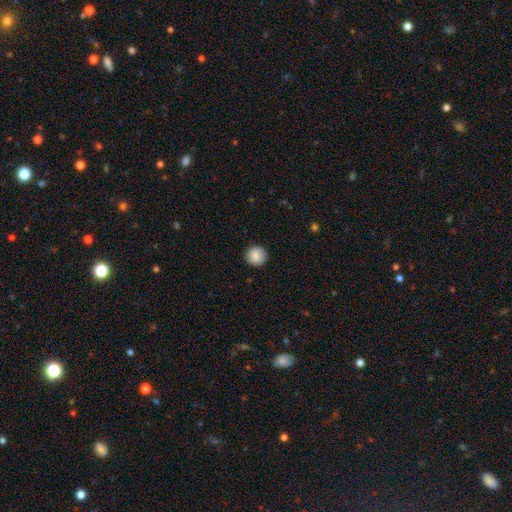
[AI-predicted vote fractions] A smooth galaxy with no disk features (87%) that is round (95%).

Vote fractions:
- Smooth or featured? smooth: 87% / star or artifact: 8% / featured or disk: 5%
- How rounded? round: 95% / in between: 4% / cigar-shaped: 1%
- Merging? none: 92% / minor disturbance: 6% / major disturbance: 2% / merger: 1%